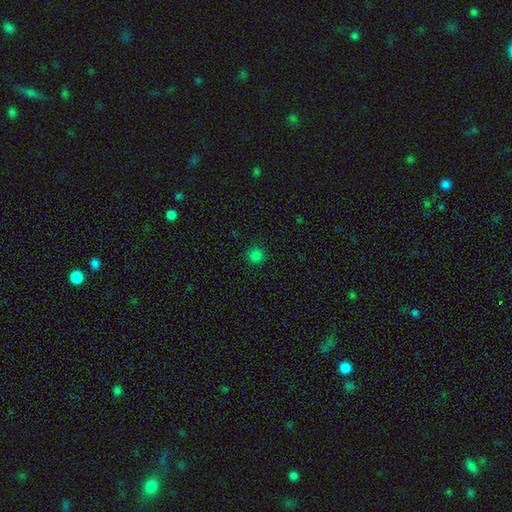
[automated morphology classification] smooth 81%, star or artifact 16%, featured or disk 3%. Down the decision tree: how rounded — round (94%); merging — none (91%).